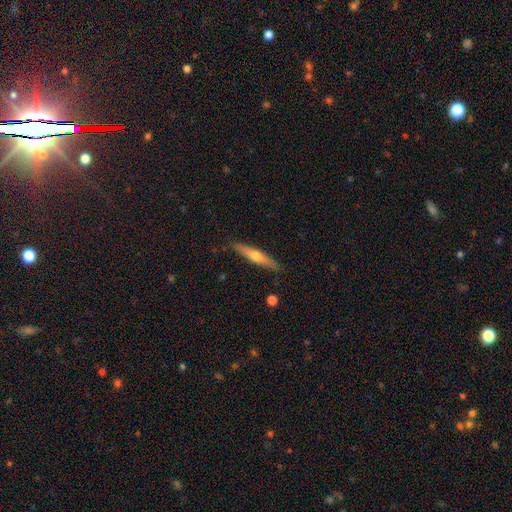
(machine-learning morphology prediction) smooth_or_featured: featured or disk (p=0.53) [alt: smooth p=0.41]
disk_edge_on: yes (p=0.93) [alt: no p=0.07]
merging: none (p=0.88) [alt: minor disturbance p=0.09]